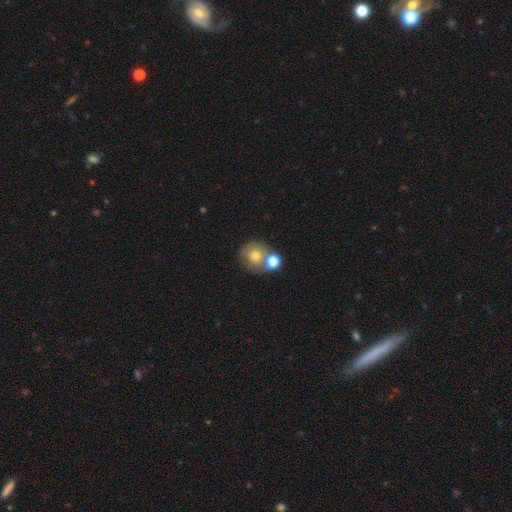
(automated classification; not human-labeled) smooth_or_featured: smooth (p=0.72) [alt: featured or disk p=0.17]
how_rounded: round (p=0.88) [alt: in between p=0.11]
merging: none (p=0.50) [alt: merger p=0.36]